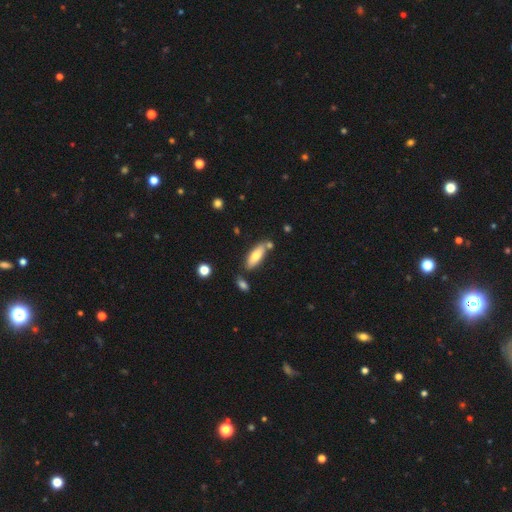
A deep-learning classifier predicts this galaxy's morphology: smooth-or-featured: smooth: 71% | featured or disk: 23% | star or artifact: 6%
  how-rounded: in between: 62% | cigar-shaped: 36% | round: 2%
  merging: none: 72% | minor disturbance: 14% | merger: 11% | major disturbance: 3%